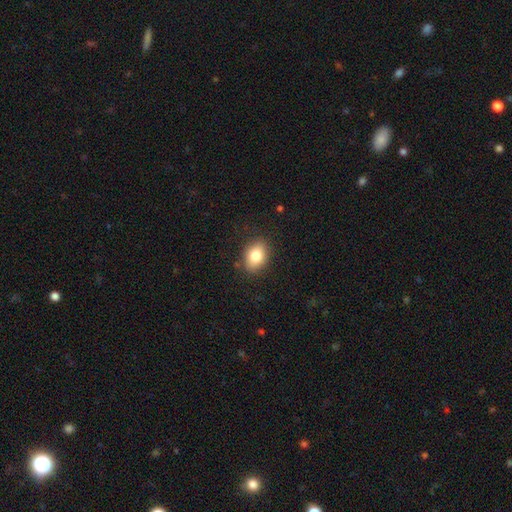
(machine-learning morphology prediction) type=smooth (82%); roundness=in between (76%); merging=none (85%).